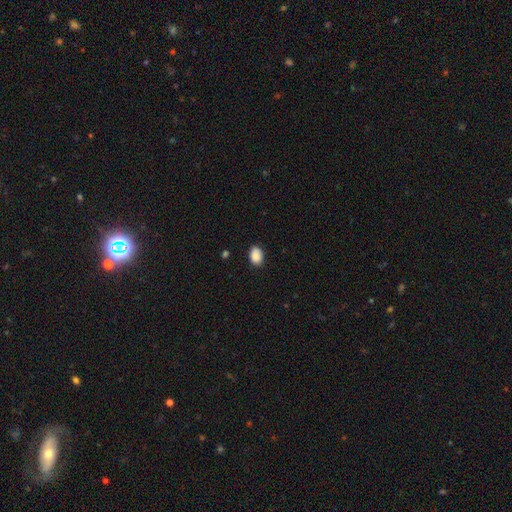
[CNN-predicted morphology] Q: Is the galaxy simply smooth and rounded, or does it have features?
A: smooth — 89%.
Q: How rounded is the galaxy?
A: in between — 81%.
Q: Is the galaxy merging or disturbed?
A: none — 84%.